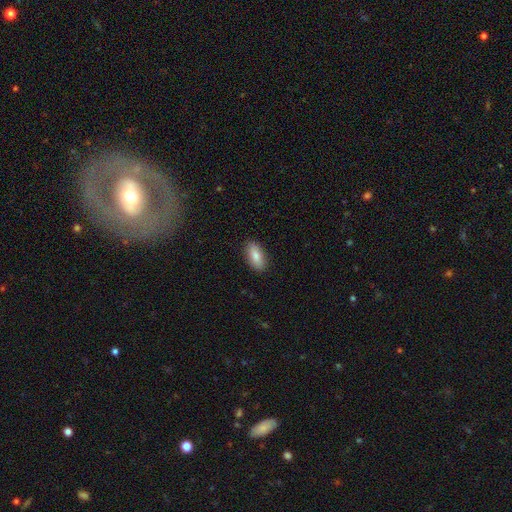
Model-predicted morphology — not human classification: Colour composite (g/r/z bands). It shows a smooth galaxy with no disk features (82%) that is in between round and cigar-shaped (87%). Merging: none (88%).